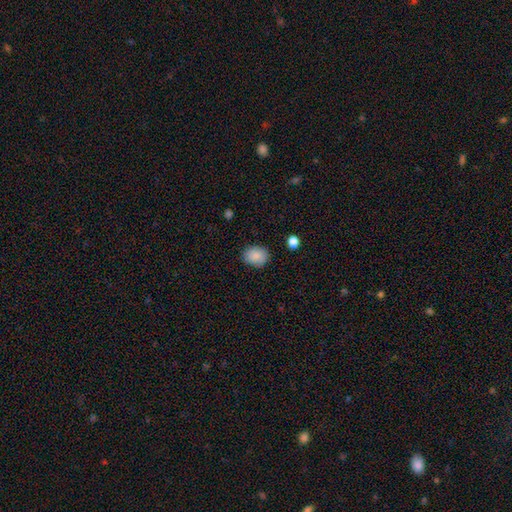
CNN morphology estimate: smooth 87%, star or artifact 8%, featured or disk 5%. Down the decision tree: how rounded — round (50%); merging — none (85%).